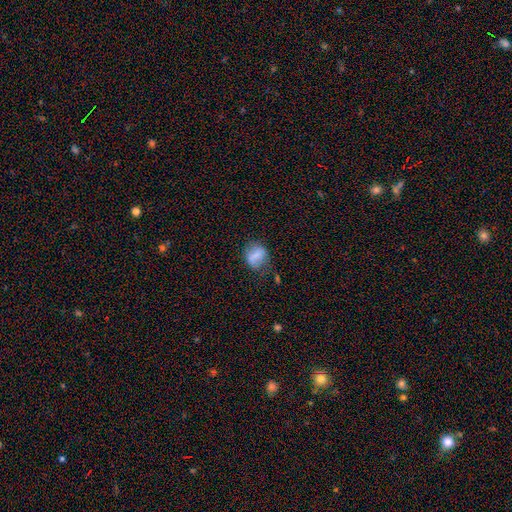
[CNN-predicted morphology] The model was most divided on "how rounded": round: 53%, in between: 44%, cigar-shaped: 3%. More confident: smooth or featured — smooth (67%); merging — none (66%).